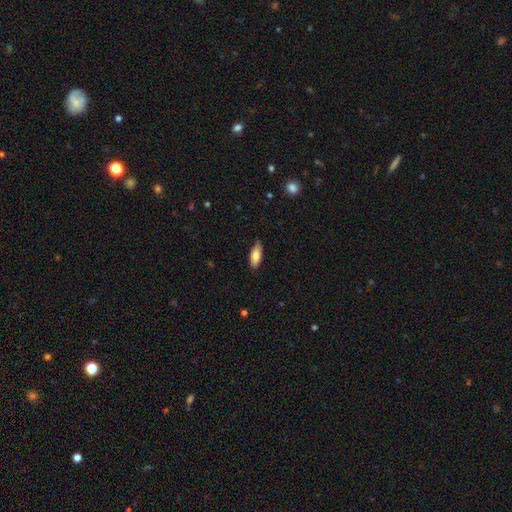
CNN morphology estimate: A smooth galaxy with no disk features (81%) that is in between round and cigar-shaped (74%). Merging: none (80%).